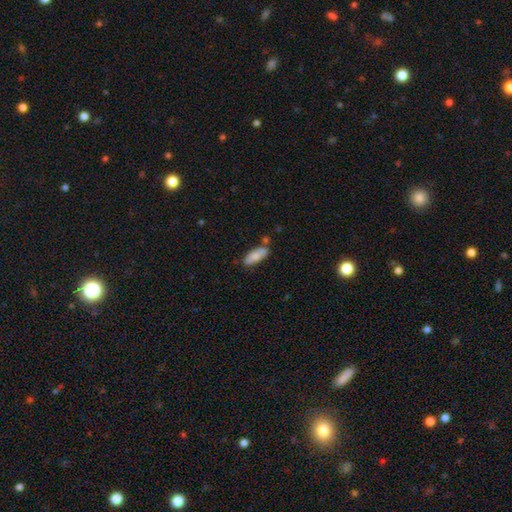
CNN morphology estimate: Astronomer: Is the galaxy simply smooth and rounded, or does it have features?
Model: smooth — 78%.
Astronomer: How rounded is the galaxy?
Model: in between — 72%.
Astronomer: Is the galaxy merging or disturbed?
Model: none — 68%.